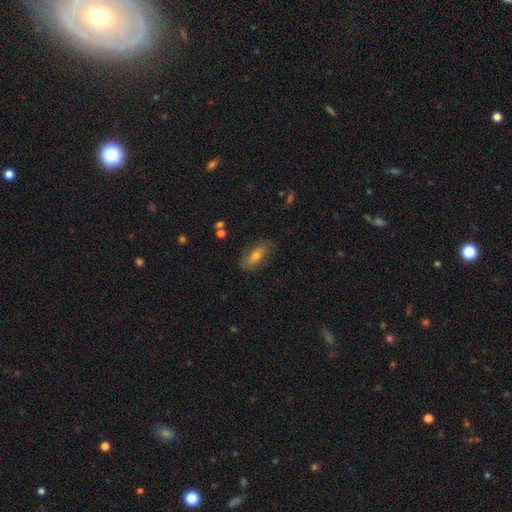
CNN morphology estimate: type=smooth (54%); roundness=in between (79%); merging=none (79%).